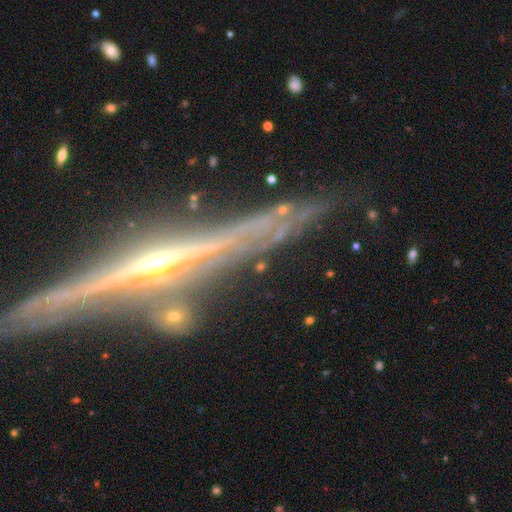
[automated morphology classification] Smooth or featured?
  - featured or disk: 87% *
  - star or artifact: 7%
  - smooth: 6%
Edge-on disk?
  - yes: 97% *
  - no: 3%
Edge-on bulge?
  - rounded: 68% *
  - none: 25%
  - boxy: 7%
Merging?
  - none: 82% *
  - minor disturbance: 11%
  - merger: 3%
  - major disturbance: 3%